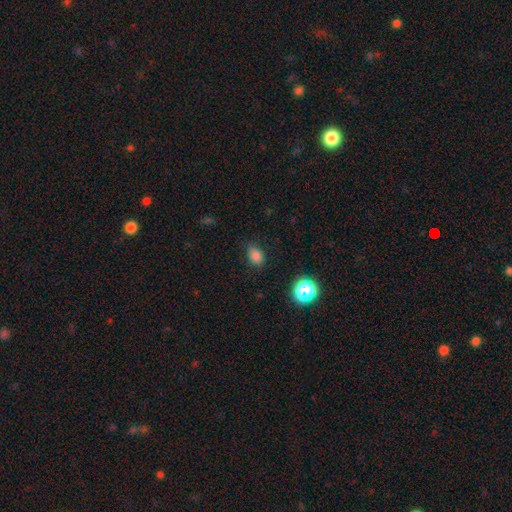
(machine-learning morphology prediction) smooth_or_featured: smooth (p=0.80) [alt: star or artifact p=0.15]
how_rounded: in between (p=0.72) [alt: round p=0.27]
merging: none (p=0.78) [alt: minor disturbance p=0.17]